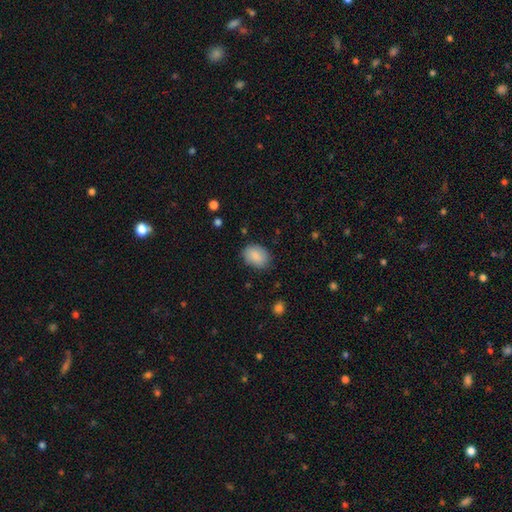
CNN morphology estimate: A smooth galaxy with no disk features (87%) that is in between round and cigar-shaped (72%). Merging: none (80%).